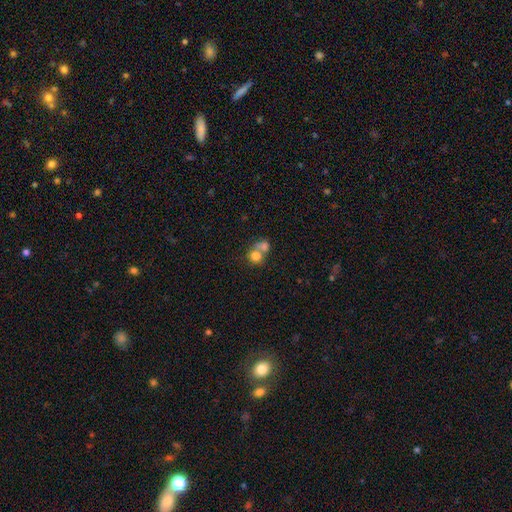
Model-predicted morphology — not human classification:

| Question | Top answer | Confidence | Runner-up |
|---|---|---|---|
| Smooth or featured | smooth | 75% | featured or disk (14%) |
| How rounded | round | 75% | in between (24%) |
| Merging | merger | 61% | none (29%) |